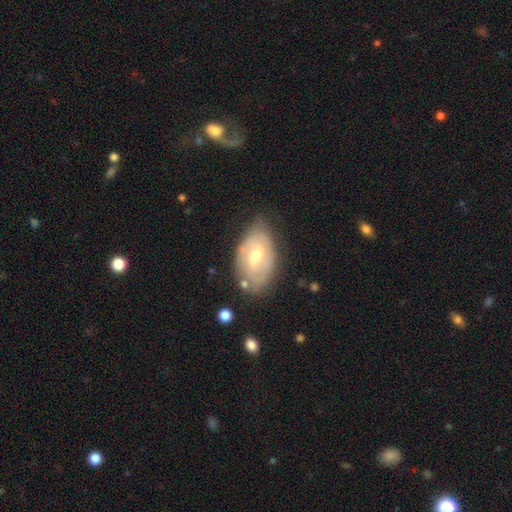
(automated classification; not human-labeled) smooth-or-featured: featured or disk: 63% | smooth: 31% | star or artifact: 6%
  disk-edge-on: no: 93% | yes: 7%
    bar: no: 50% | weak: 41% | strong: 9%
    has-spiral-arms: yes: 66% | no: 34%
    bulge-size: moderate: 69% | small: 25% | large: 5% | none: 1% | dominant: 1%
  merging: none: 64% | minor disturbance: 26% | major disturbance: 7% | merger: 3%